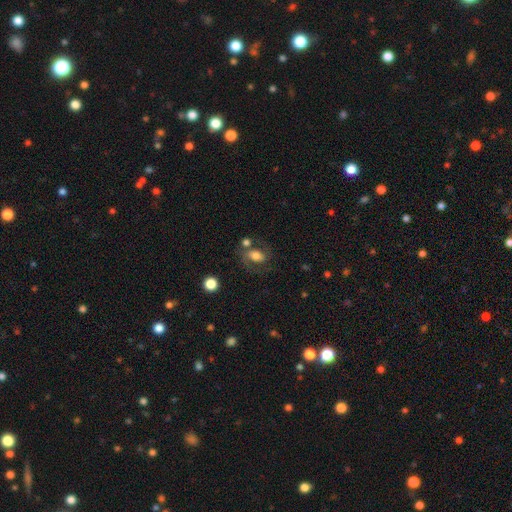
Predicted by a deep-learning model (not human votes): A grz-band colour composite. It shows a featured or disk galaxy (49%). Merging: none (56%).